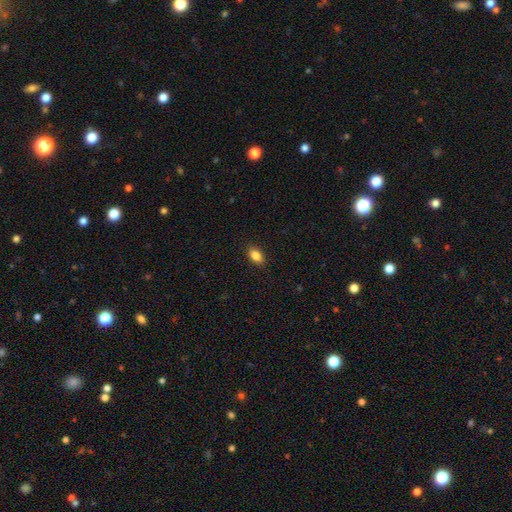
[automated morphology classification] smooth 86%, star or artifact 8%, featured or disk 6%. Down the decision tree: how rounded — in between (88%); merging — none (89%).